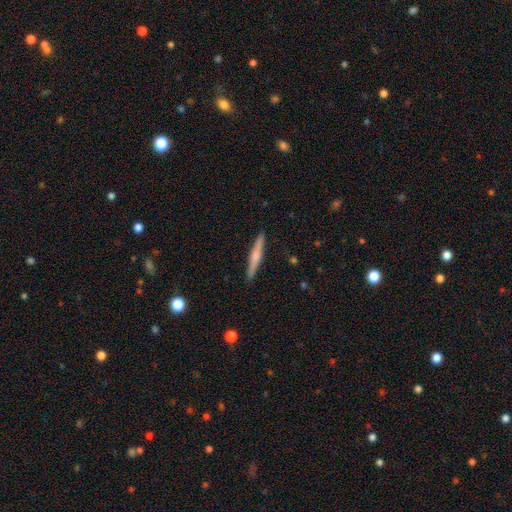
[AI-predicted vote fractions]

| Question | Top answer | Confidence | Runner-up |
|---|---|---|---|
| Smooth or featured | featured or disk | 55% | smooth (40%) |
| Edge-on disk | yes | 97% | no (3%) |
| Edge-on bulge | rounded | 75% | none (16%) |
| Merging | none | 92% | minor disturbance (6%) |